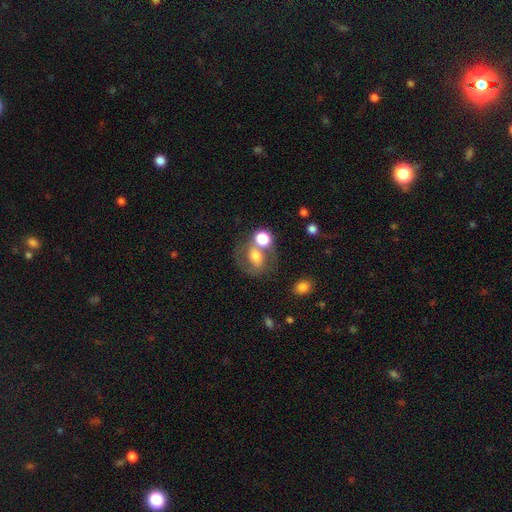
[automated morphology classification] smooth 49%, featured or disk 40%, star or artifact 11%. Down the decision tree: merging — none (42%).